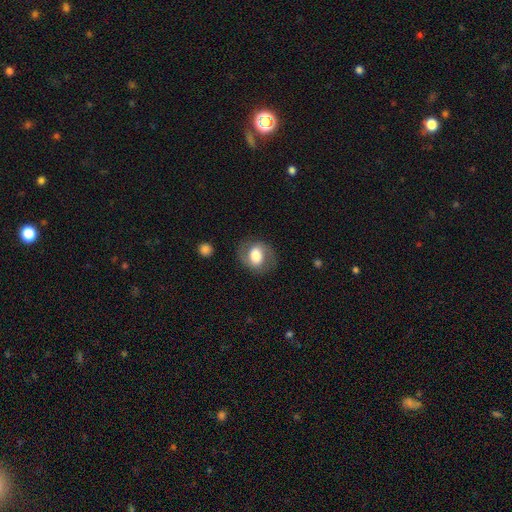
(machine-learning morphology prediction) Smooth or featured?
  - featured or disk: 47% *
  - smooth: 46%
  - star or artifact: 7%
Merging?
  - none: 78% *
  - minor disturbance: 14%
  - major disturbance: 7%
  - merger: 1%